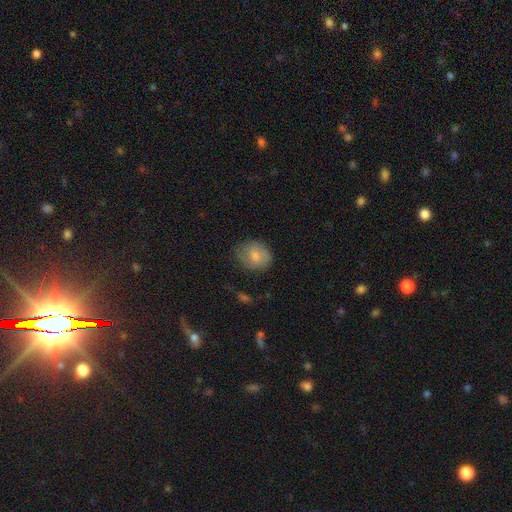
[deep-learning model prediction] Smooth or featured? Predicted: smooth (p=0.71). How rounded? Predicted: round (p=0.59). Merging? Predicted: none (p=0.67).